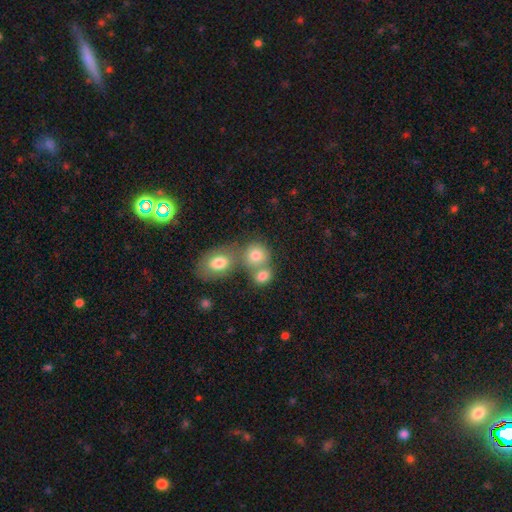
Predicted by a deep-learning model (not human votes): The model was most divided on "merging": merger: 46%, none: 41%, minor disturbance: 9%, major disturbance: 4%. More confident: smooth or featured — smooth (77%); how rounded — round (69%).